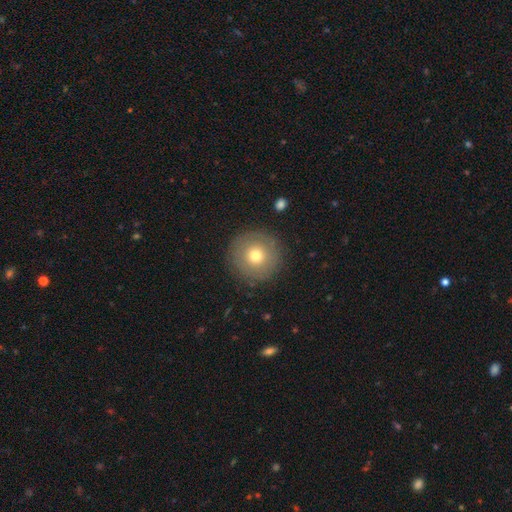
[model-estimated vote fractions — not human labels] smooth-or-featured: smooth: 69% | featured or disk: 21% | star or artifact: 10%
  how-rounded: round: 96% | in between: 3% | cigar-shaped: 1%
  merging: none: 88% | minor disturbance: 8% | major disturbance: 3% | merger: 1%